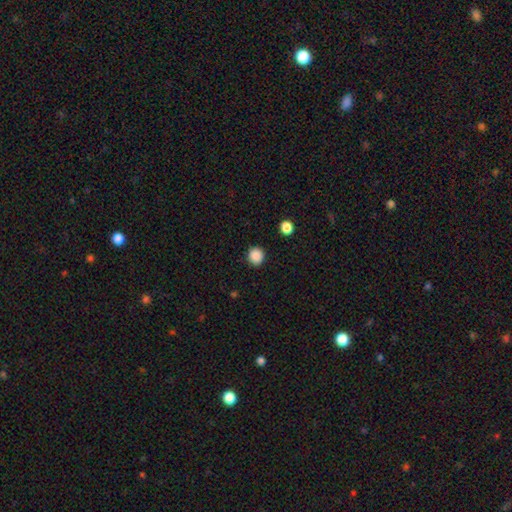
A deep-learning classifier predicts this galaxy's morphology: Q: Smooth or featured?
A: smooth (88%); runner-up: star or artifact (10%)
Q: How rounded?
A: round (89%); runner-up: in between (10%)
Q: Merging?
A: none (91%); runner-up: minor disturbance (6%)